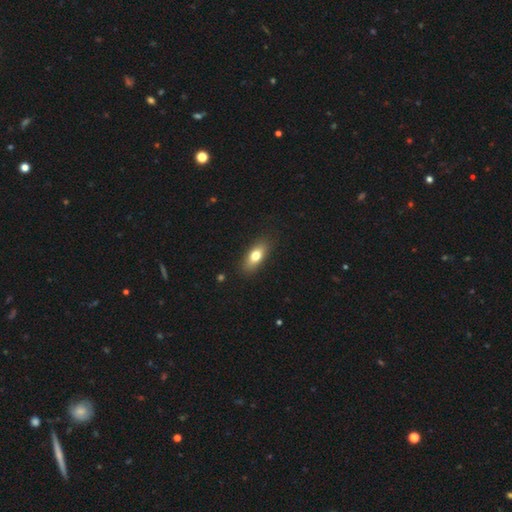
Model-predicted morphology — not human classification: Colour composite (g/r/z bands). It shows a smooth galaxy with no disk features (73%) that is in between round and cigar-shaped (77%). Merging: none (86%).